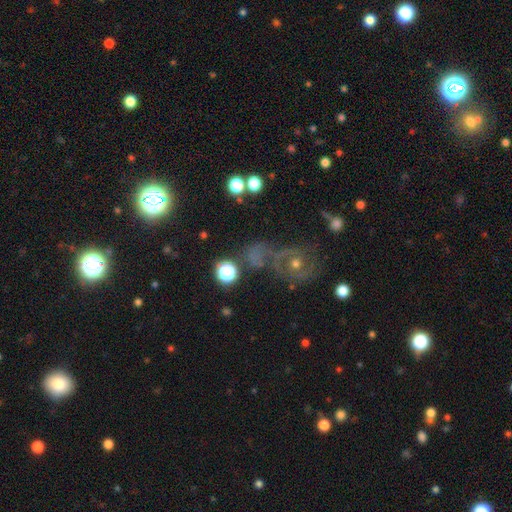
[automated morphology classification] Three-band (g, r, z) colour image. It shows a smooth galaxy with no disk features (43%). Merging: none (49%).